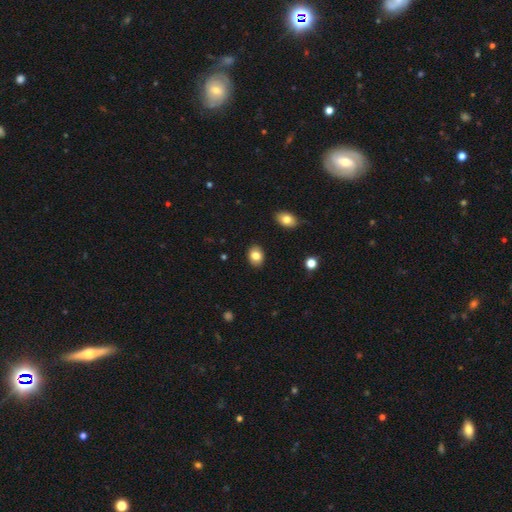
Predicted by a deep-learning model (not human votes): Q: Smooth or featured?
A: smooth (82%); runner-up: featured or disk (9%)
Q: How rounded?
A: in between (65%); runner-up: round (34%)
Q: Merging?
A: none (89%); runner-up: minor disturbance (8%)